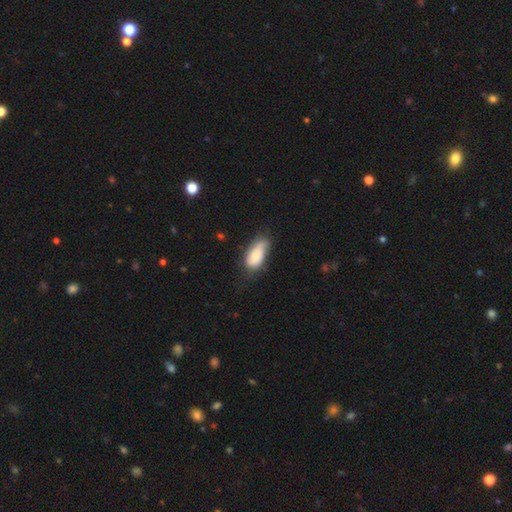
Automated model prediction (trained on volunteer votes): A smooth galaxy with no disk features (74%) that is in between round and cigar-shaped (89%).

Vote fractions:
- Smooth or featured? smooth: 74% / featured or disk: 20% / star or artifact: 6%
- How rounded? in between: 89% / cigar-shaped: 9% / round: 2%
- Merging? none: 52% / minor disturbance: 34% / major disturbance: 11% / merger: 3%